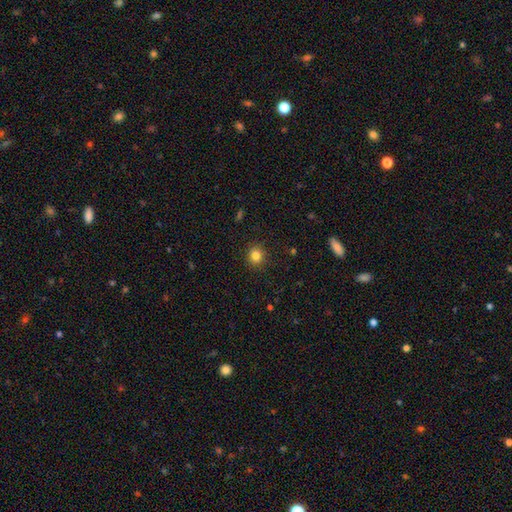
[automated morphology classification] This appears to be a smooth galaxy with no disk features (83%) that is round (81%). Merging: none (90%).